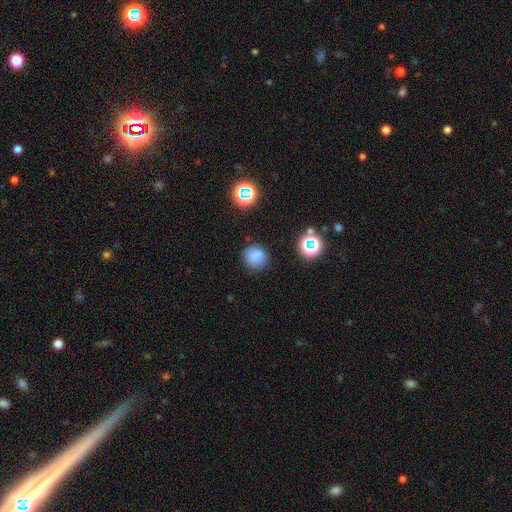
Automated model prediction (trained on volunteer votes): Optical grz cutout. It shows a smooth galaxy with no disk features (77%) that is round (85%). Merging: none (80%).